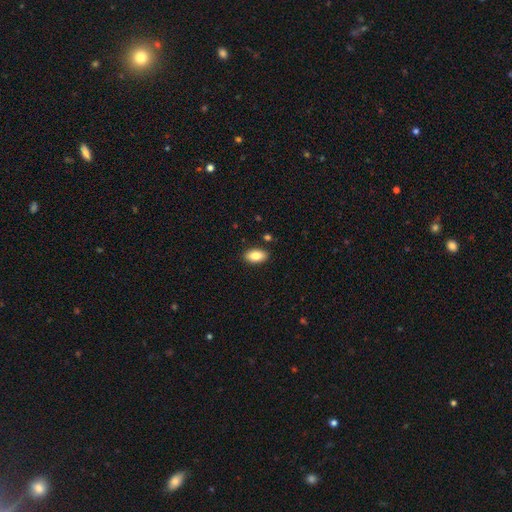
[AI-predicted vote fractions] Smooth or featured? smooth (84%)
How rounded? in between (93%)
Merging? none (88%)